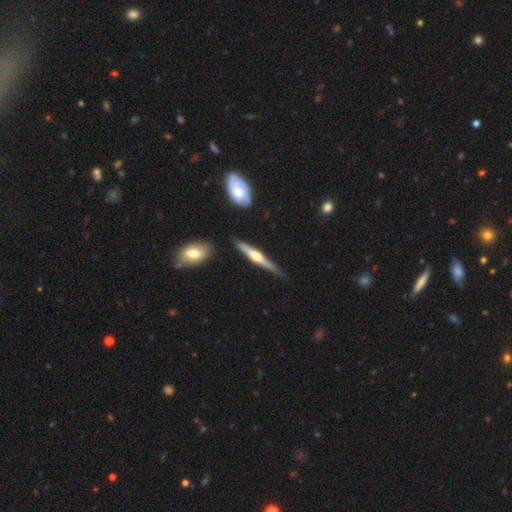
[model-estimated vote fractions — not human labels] Morphology: type=featured or disk (69%); edge-on=yes (97%); edge-on bulge=rounded (90%); merging=none (81%).